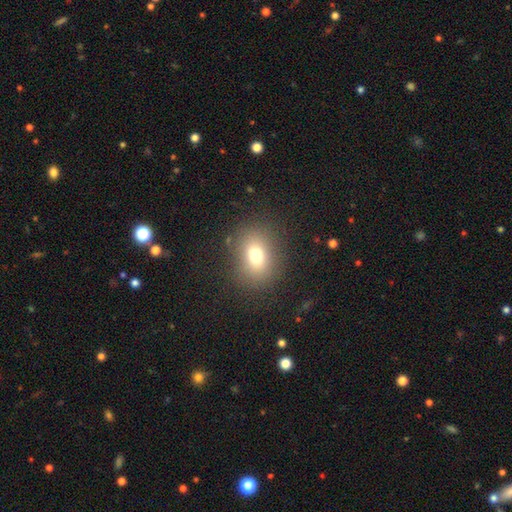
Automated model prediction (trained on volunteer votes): Smooth or featured? Predicted: smooth (p=0.73). How rounded? Predicted: in between (p=0.52). Merging? Predicted: none (p=0.83).